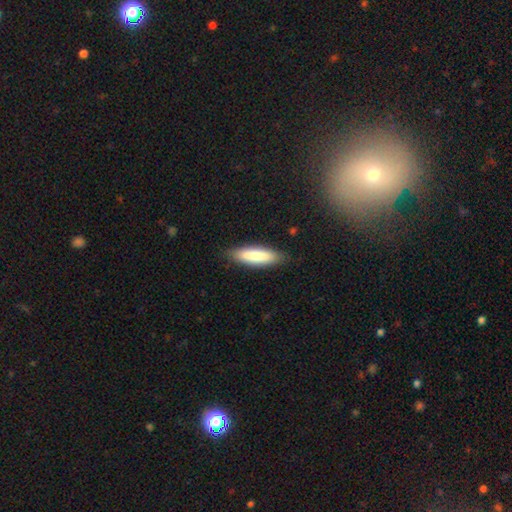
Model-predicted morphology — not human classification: A smooth galaxy with no disk features (84%) that is cigar-shaped (60%).

Vote fractions:
- Smooth or featured? smooth: 84% / featured or disk: 11% / star or artifact: 5%
- How rounded? cigar-shaped: 60% / in between: 39% / round: 1%
- Merging? none: 86% / minor disturbance: 10% / major disturbance: 2% / merger: 1%